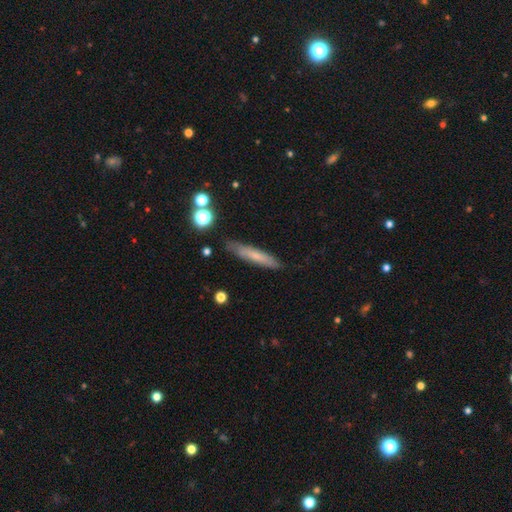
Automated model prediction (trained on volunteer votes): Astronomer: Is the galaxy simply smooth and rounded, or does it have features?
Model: smooth — 63%.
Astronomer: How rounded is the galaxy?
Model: cigar-shaped — 90%.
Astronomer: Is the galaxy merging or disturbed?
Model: none — 82%.